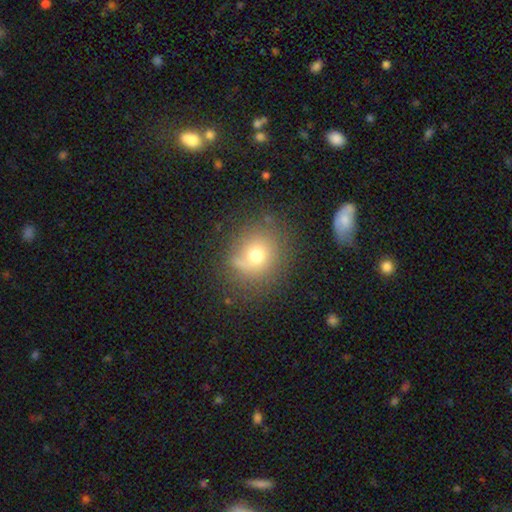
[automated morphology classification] This appears to be a smooth galaxy with no disk features (68%) that is round (81%). Merging: none (72%).